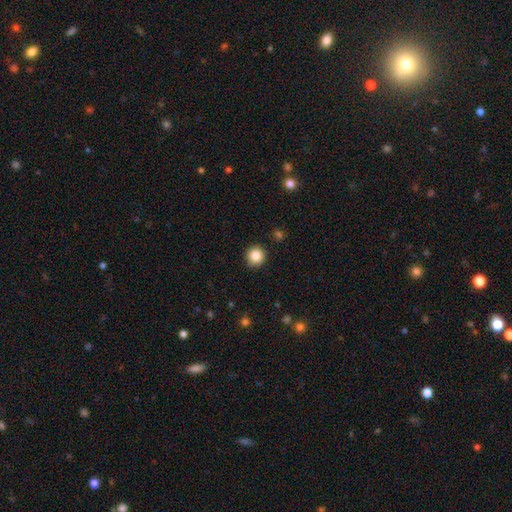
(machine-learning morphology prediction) smooth_or_featured: smooth (p=0.86) [alt: star or artifact p=0.10]
how_rounded: round (p=0.93) [alt: in between p=0.06]
merging: none (p=0.89) [alt: minor disturbance p=0.07]